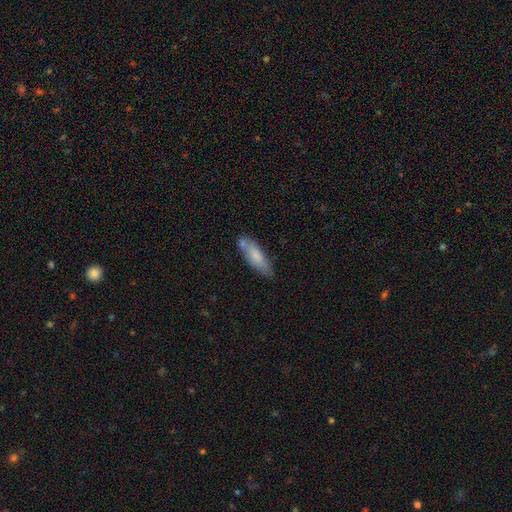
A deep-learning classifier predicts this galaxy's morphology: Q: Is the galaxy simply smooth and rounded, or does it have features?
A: smooth — 76%.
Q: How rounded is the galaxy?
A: cigar-shaped — 53%.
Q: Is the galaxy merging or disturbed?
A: none — 63%.